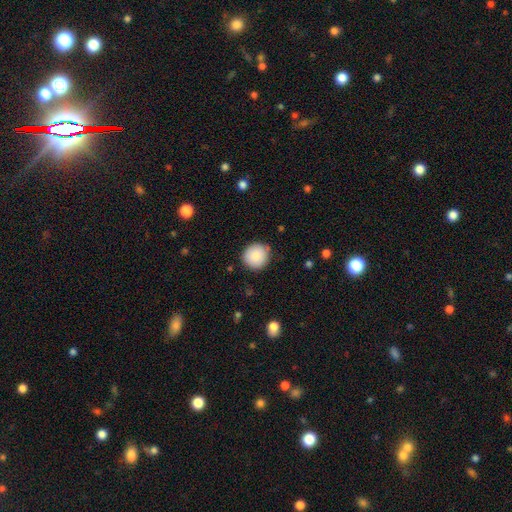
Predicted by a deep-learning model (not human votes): smooth_or_featured: smooth (p=0.86) [alt: star or artifact p=0.07]
how_rounded: round (p=0.91) [alt: in between p=0.08]
merging: none (p=0.86) [alt: minor disturbance p=0.11]